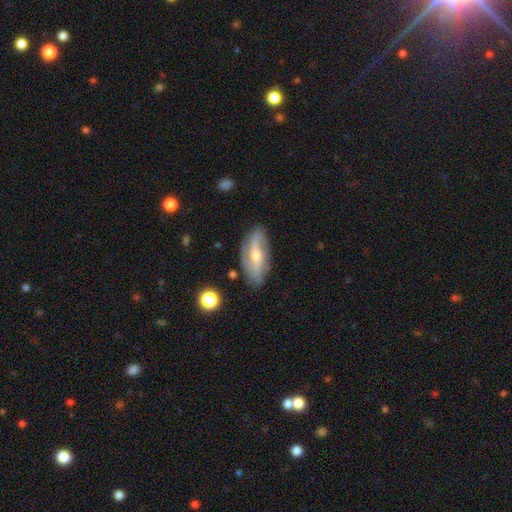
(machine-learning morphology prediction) smooth-or-featured: featured or disk: 67% | smooth: 26% | star or artifact: 7%
  disk-edge-on: no: 84% | yes: 16%
    bar: no: 42% | weak: 36% | strong: 22%
    has-spiral-arms: yes: 83% | no: 17%
    bulge-size: moderate: 52% | small: 43% | large: 3% | none: 2% | dominant: 1%
  merging: none: 75% | minor disturbance: 18% | major disturbance: 5% | merger: 2%